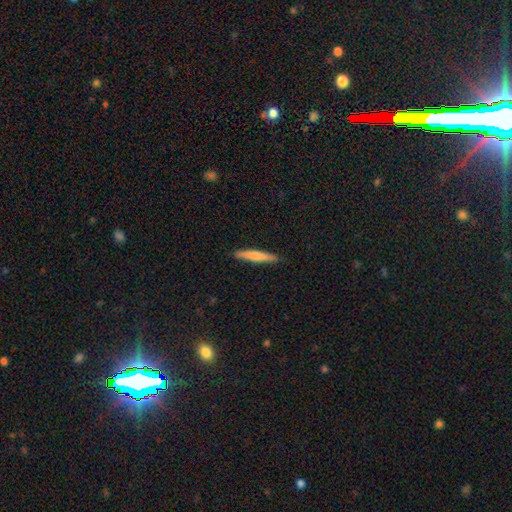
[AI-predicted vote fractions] Smooth or featured? Predicted: smooth (p=0.72). How rounded? Predicted: cigar-shaped (p=0.93). Merging? Predicted: none (p=0.89).